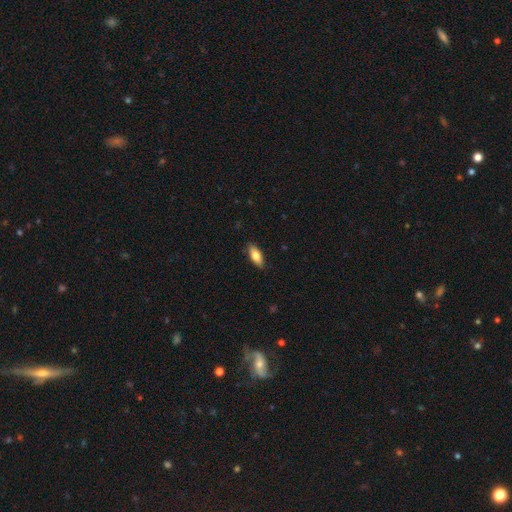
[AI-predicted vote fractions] smooth-or-featured: smooth: 79% | featured or disk: 15% | star or artifact: 6%
  how-rounded: in between: 78% | cigar-shaped: 20% | round: 2%
  merging: none: 87% | minor disturbance: 10% | major disturbance: 2% | merger: 1%